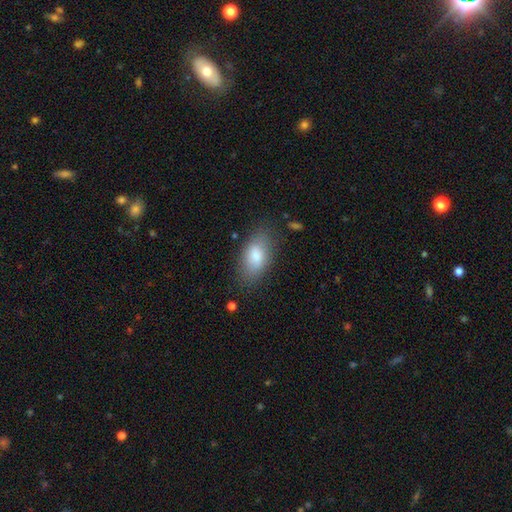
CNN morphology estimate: Smooth or featured? smooth (80%)
How rounded? in between (90%)
Merging? none (80%)